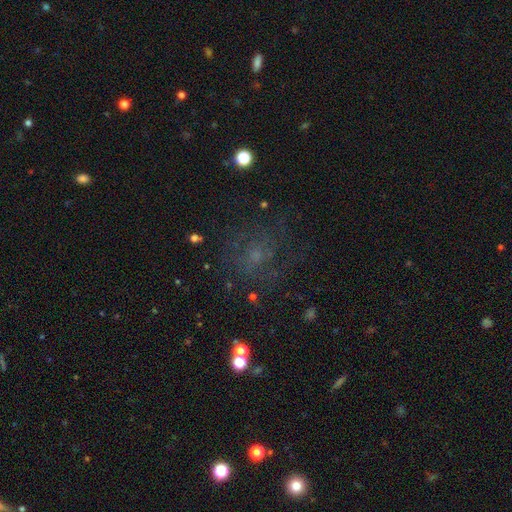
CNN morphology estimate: featured or disk 42%, smooth 29%, star or artifact 29%. Down the decision tree: merging — none (66%).